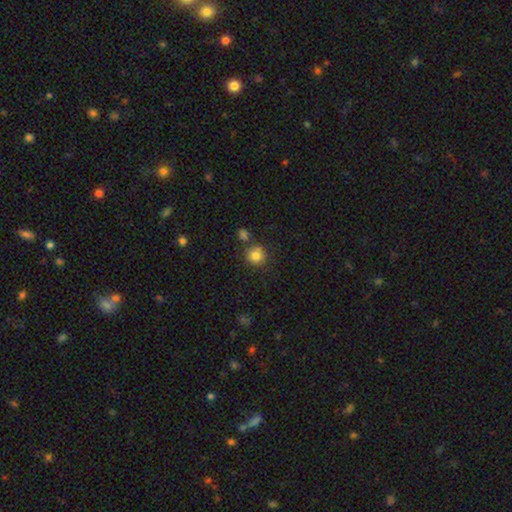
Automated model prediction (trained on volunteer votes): A smooth galaxy with no disk features (82%) that is round (90%).

Vote fractions:
- Smooth or featured? smooth: 82% / star or artifact: 11% / featured or disk: 7%
- How rounded? round: 90% / in between: 9% / cigar-shaped: 1%
- Merging? none: 71% / merger: 14% / minor disturbance: 12% / major disturbance: 4%